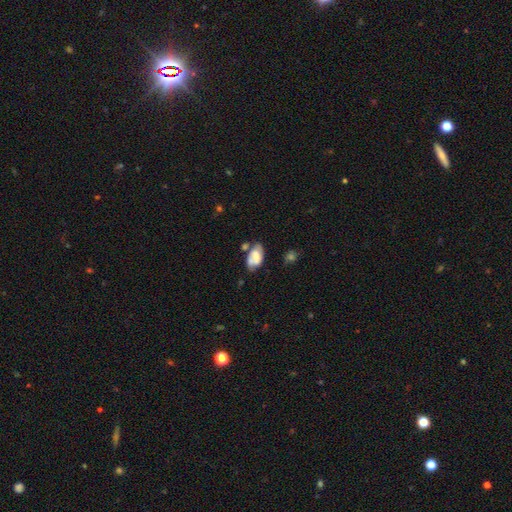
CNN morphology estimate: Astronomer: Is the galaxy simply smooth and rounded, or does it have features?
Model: smooth — 54% (runner-up: featured or disk, 37%).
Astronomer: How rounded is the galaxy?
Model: in between — 93%.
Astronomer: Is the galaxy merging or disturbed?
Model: none — 50% (runner-up: minor disturbance, 26%).